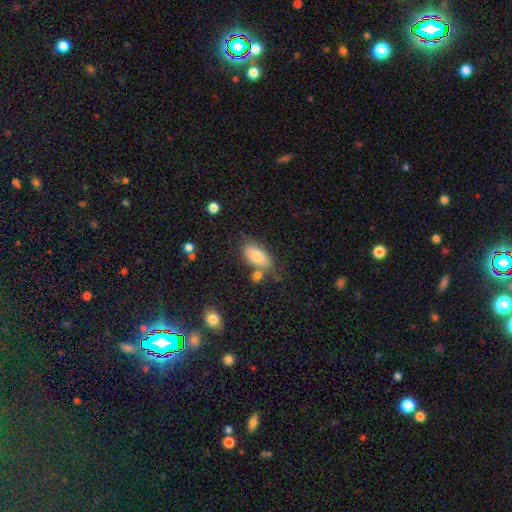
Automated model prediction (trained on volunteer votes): Smooth or featured?
  - smooth: 76% *
  - featured or disk: 16%
  - star or artifact: 8%
How rounded?
  - in between: 90% *
  - cigar-shaped: 6%
  - round: 4%
Merging?
  - none: 62% *
  - minor disturbance: 17%
  - merger: 16%
  - major disturbance: 5%